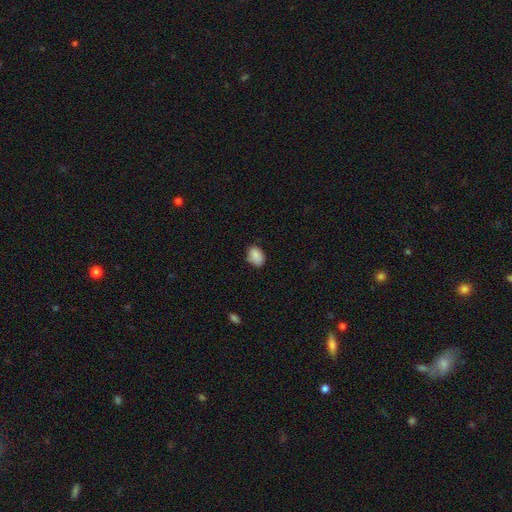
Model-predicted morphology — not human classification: This appears to be a smooth galaxy with no disk features (88%) that is in between round and cigar-shaped (76%). Merging: none (74%).